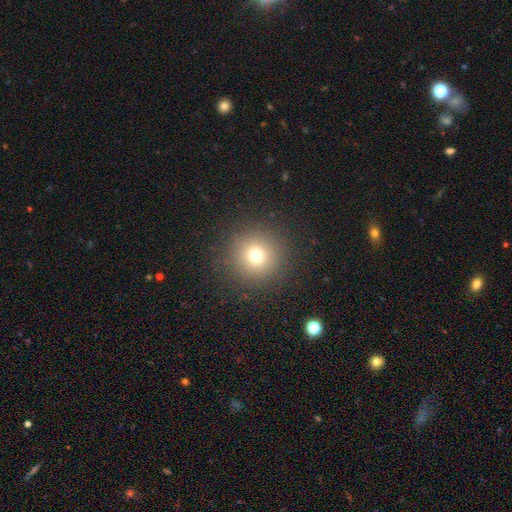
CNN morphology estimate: A smooth galaxy with no disk features (72%) that is round (95%). Merging: none (90%).